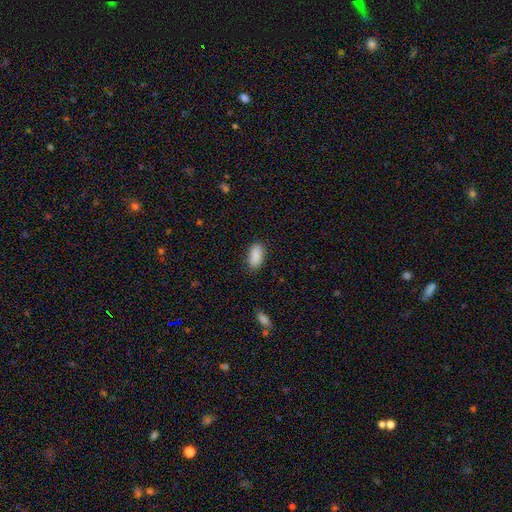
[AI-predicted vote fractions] Q: Smooth or featured?
A: smooth (89%); runner-up: star or artifact (7%)
Q: How rounded?
A: in between (92%); runner-up: cigar-shaped (5%)
Q: Merging?
A: none (83%); runner-up: minor disturbance (12%)